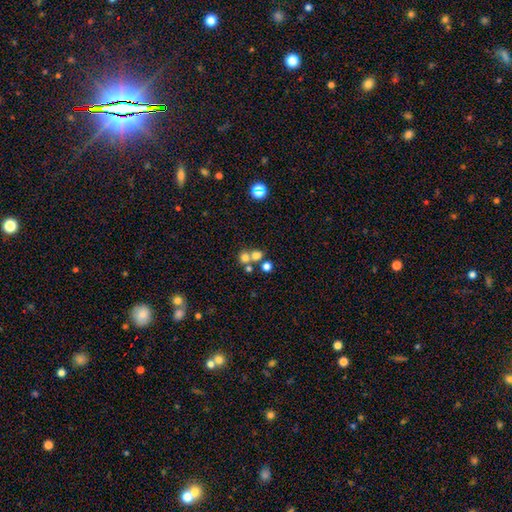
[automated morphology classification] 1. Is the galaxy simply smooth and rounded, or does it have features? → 68% smooth, 19% star or artifact, 13% featured or disk.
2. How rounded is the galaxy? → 81% round, 18% in between, 1% cigar-shaped.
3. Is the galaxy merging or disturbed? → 47% merger, 43% none, 6% minor disturbance, 4% major disturbance.